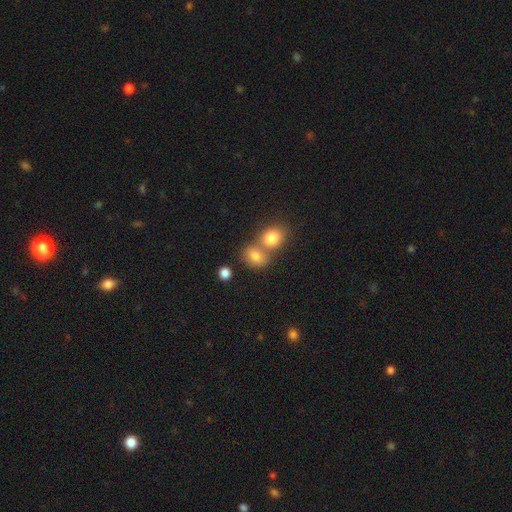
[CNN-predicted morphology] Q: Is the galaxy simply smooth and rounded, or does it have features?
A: smooth — 66%.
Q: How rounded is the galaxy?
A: round — 65%.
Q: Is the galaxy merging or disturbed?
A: merger — 55%.